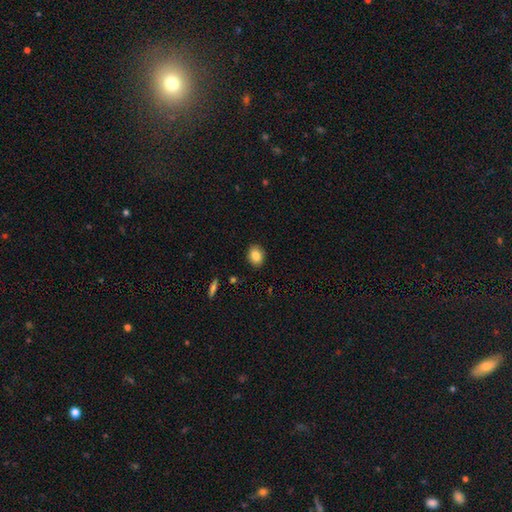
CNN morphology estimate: This is clearly a smooth galaxy (84%). How rounded: likely in between (61%). Merging: clearly none (89%).